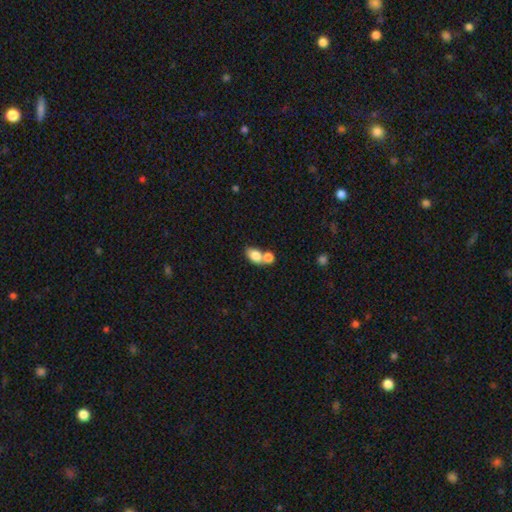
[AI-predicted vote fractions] smooth-or-featured: smooth: 80% | featured or disk: 12% | star or artifact: 8%
  how-rounded: in between: 81% | round: 17% | cigar-shaped: 2%
  merging: merger: 59% | none: 29% | minor disturbance: 8% | major disturbance: 4%